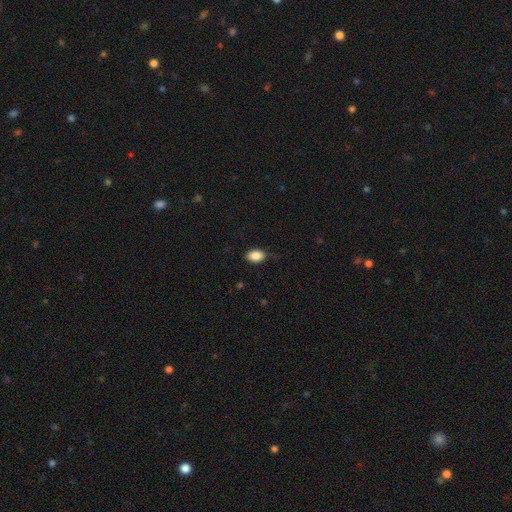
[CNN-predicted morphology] Smooth or featured: smooth — 87% (star or artifact — 8%)
How rounded: in between — 86% (round — 12%)
Merging: none — 76% (minor disturbance — 20%)